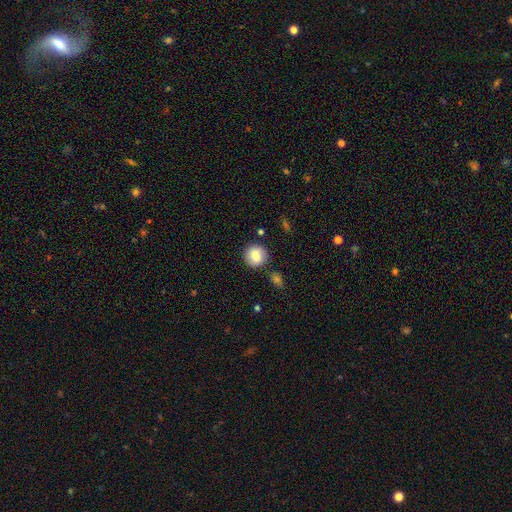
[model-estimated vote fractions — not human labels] Morphology: type=smooth (82%); roundness=round (91%); merging=none (82%).